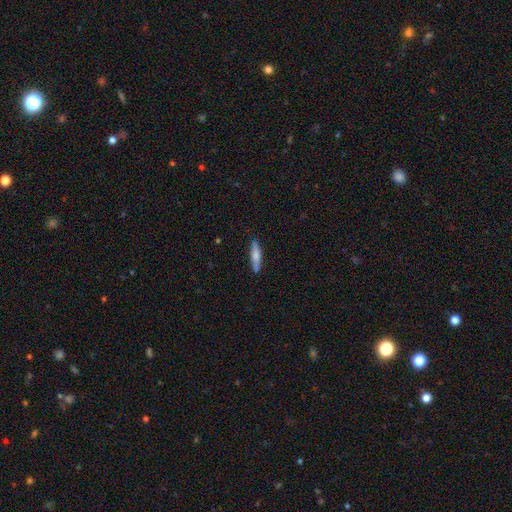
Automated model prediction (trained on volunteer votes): Q: Smooth or featured?
A: smooth (64%); runner-up: featured or disk (30%)
Q: How rounded?
A: cigar-shaped (82%); runner-up: in between (17%)
Q: Merging?
A: none (85%); runner-up: minor disturbance (11%)